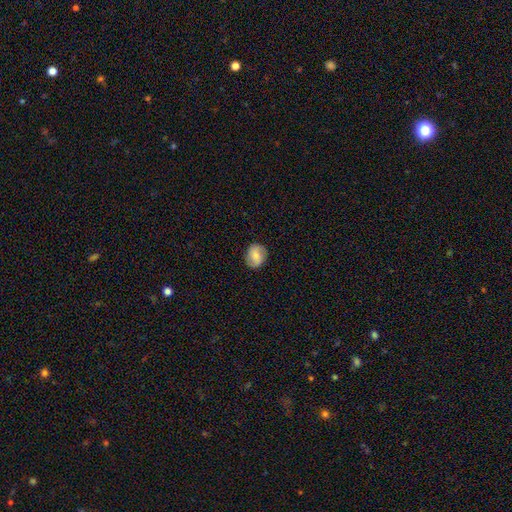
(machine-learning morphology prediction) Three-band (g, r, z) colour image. It shows a smooth galaxy with no disk features (68%) that is round (60%). Merging: none (86%).